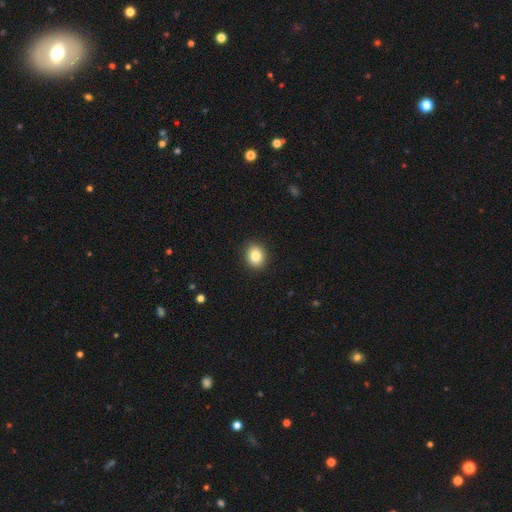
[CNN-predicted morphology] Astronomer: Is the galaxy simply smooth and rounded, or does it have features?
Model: smooth — 84%.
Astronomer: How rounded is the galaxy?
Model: round — 59% (runner-up: in between, 40%).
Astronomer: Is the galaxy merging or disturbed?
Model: none — 91%.